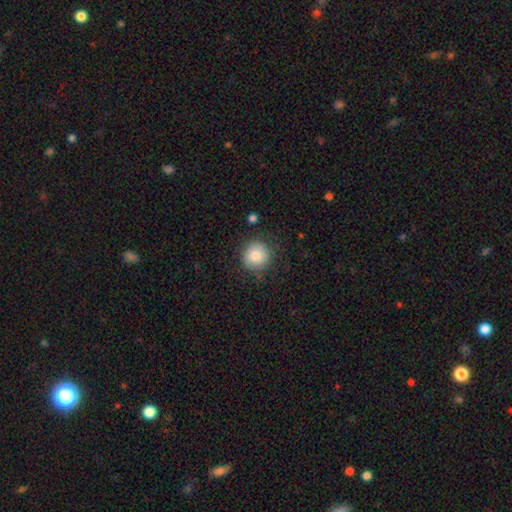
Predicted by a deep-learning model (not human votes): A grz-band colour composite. It shows a smooth galaxy with no disk features (83%) that is round (91%). Merging: none (84%).